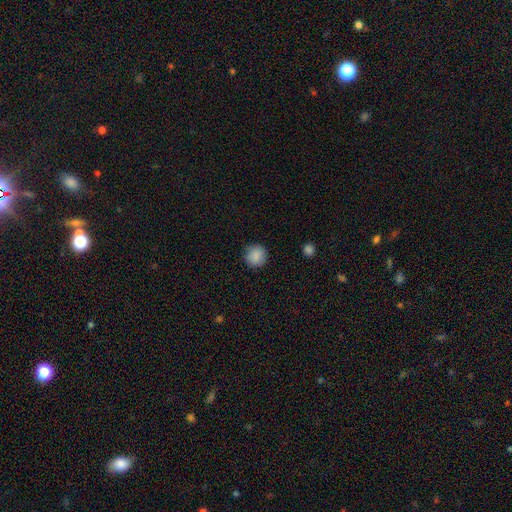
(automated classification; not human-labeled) Smooth or featured? Predicted: smooth (p=0.88). How rounded? Predicted: round (p=0.91). Merging? Predicted: none (p=0.87).